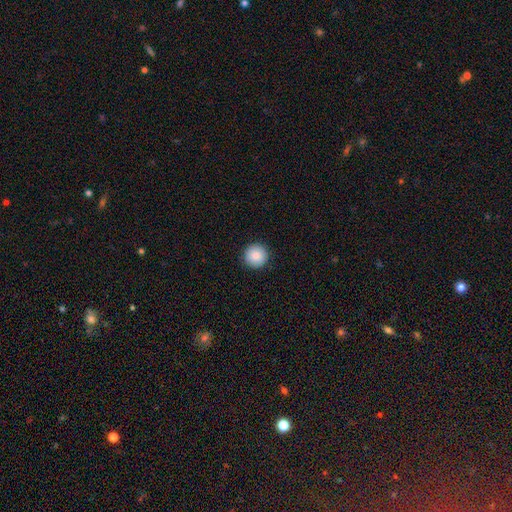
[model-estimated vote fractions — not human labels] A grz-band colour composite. It shows a smooth galaxy with no disk features (87%) that is round (96%). Merging: none (93%).